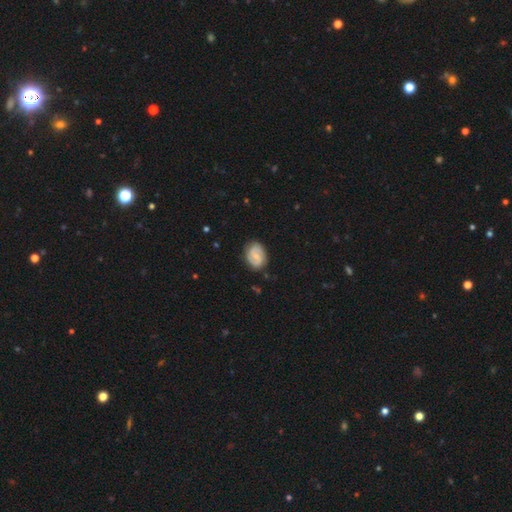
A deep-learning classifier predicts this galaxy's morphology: This appears to be a featured or disk galaxy (57%) with a weak bar (47%), spiral arms (84%) and a small central bulge (56%). Merging: none (80%).